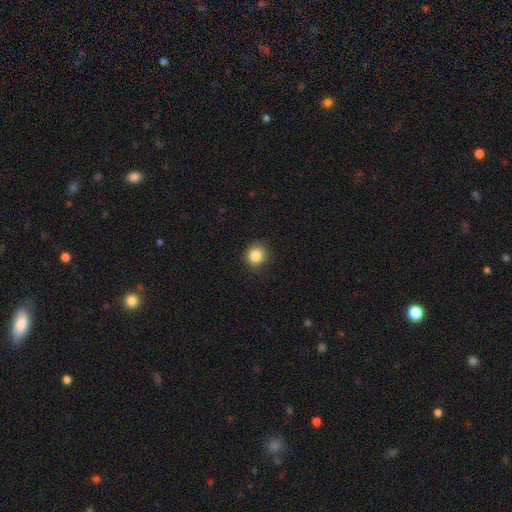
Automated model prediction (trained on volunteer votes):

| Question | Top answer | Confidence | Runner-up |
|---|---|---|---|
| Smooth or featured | smooth | 86% | star or artifact (10%) |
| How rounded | round | 90% | in between (9%) |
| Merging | none | 89% | minor disturbance (8%) |